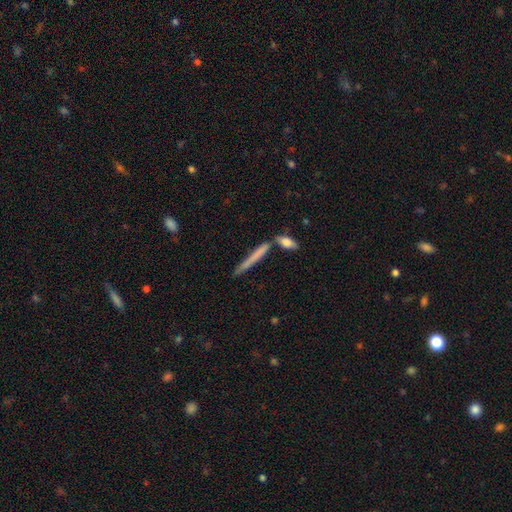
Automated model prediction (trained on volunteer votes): Smooth or featured? Predicted: smooth (p=0.61). How rounded? Predicted: cigar-shaped (p=0.94). Merging? Predicted: none (p=0.71).